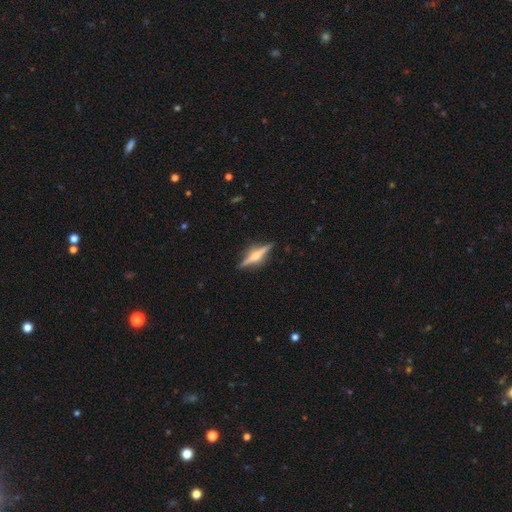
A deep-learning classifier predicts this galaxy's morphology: smooth_or_featured: featured or disk (p=0.78) [alt: smooth p=0.16]
disk_edge_on: yes (p=0.98) [alt: no p=0.02]
edge_on_bulge: rounded (p=0.90) [alt: boxy p=0.07]
merging: none (p=0.89) [alt: minor disturbance p=0.08]